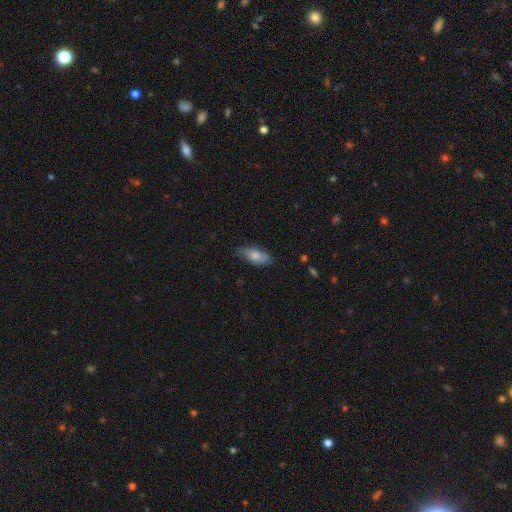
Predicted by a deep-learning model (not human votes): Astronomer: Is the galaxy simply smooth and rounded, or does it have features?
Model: smooth — 73%.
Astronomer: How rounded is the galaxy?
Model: in between — 84%.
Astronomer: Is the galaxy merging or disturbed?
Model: none — 68%.